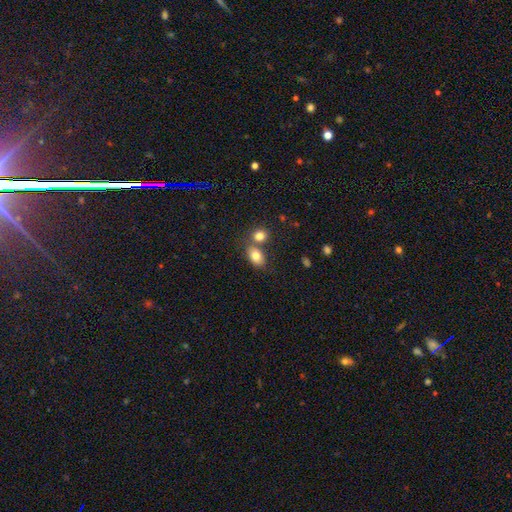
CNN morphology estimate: A smooth galaxy with no disk features (80%) that is in between round and cigar-shaped (74%).

Vote fractions:
- Smooth or featured? smooth: 80% / featured or disk: 10% / star or artifact: 10%
- How rounded? in between: 74% / round: 24% / cigar-shaped: 1%
- Merging? none: 51% / merger: 34% / minor disturbance: 11% / major disturbance: 4%